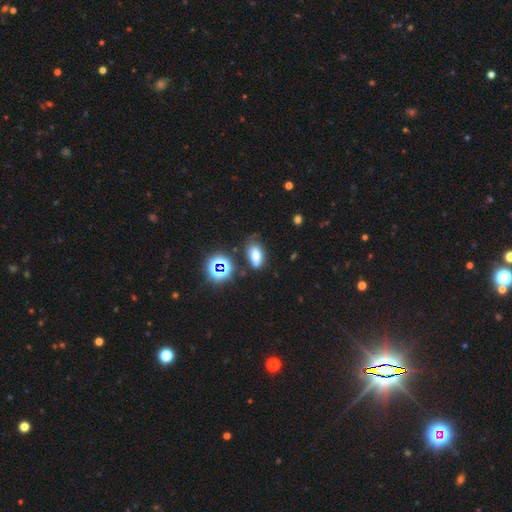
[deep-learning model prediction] A smooth galaxy with no disk features (65%) that is in between round and cigar-shaped (86%). Merging: none (58%).